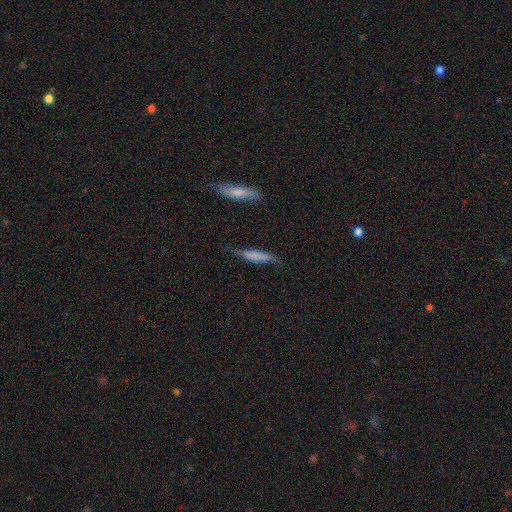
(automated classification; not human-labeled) smooth-or-featured: smooth: 68% | featured or disk: 25% | star or artifact: 7%
  how-rounded: cigar-shaped: 82% | in between: 16% | round: 2%
  merging: none: 60% | minor disturbance: 28% | major disturbance: 8% | merger: 4%